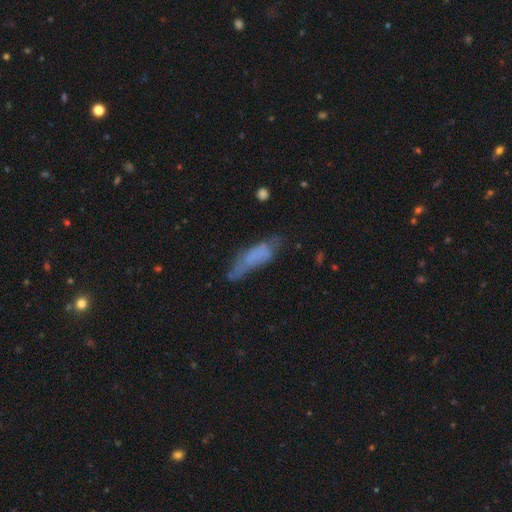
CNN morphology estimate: Smooth or featured: smooth — 59% (featured or disk — 30%)
How rounded: cigar-shaped — 55% (in between — 43%)
Merging: none — 40% (minor disturbance — 32%)